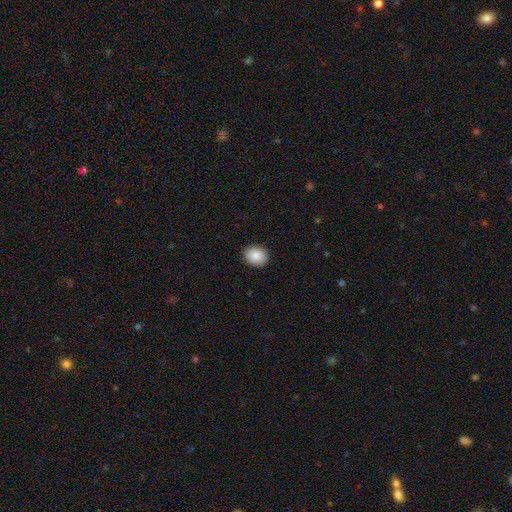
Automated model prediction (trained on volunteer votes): Smooth or featured? Predicted: smooth (p=0.89). How rounded? Predicted: round (p=0.50). Merging? Predicted: none (p=0.89).